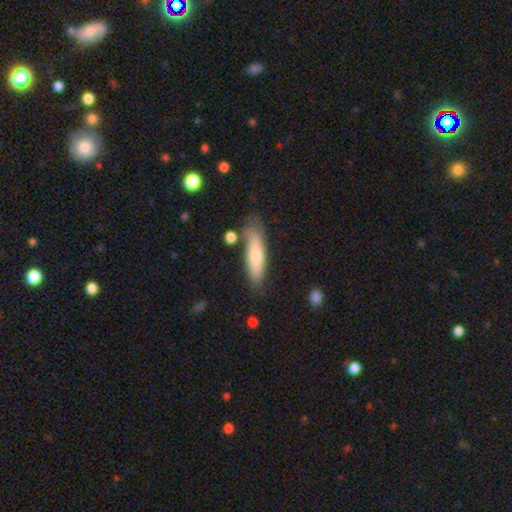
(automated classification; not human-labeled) Smooth or featured: smooth — 70% (featured or disk — 24%)
How rounded: cigar-shaped — 62% (in between — 36%)
Merging: none — 66% (minor disturbance — 21%)